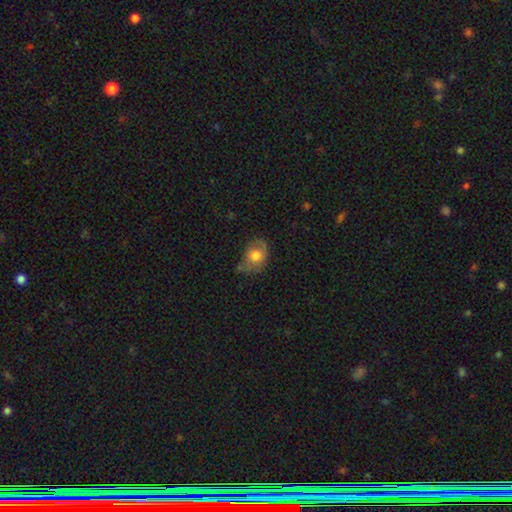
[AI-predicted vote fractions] Q: Smooth or featured?
A: smooth (69%); runner-up: featured or disk (23%)
Q: How rounded?
A: in between (68%); runner-up: round (30%)
Q: Merging?
A: none (40%); runner-up: minor disturbance (38%)